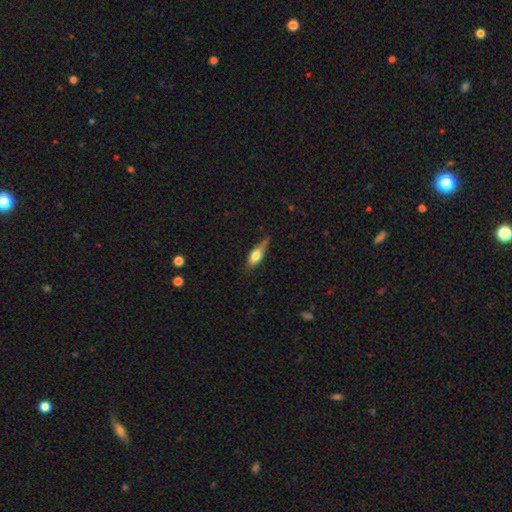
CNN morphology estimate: Q: Smooth or featured?
A: smooth (60%); runner-up: featured or disk (33%)
Q: How rounded?
A: in between (54%); runner-up: cigar-shaped (42%)
Q: Merging?
A: none (59%); runner-up: minor disturbance (31%)